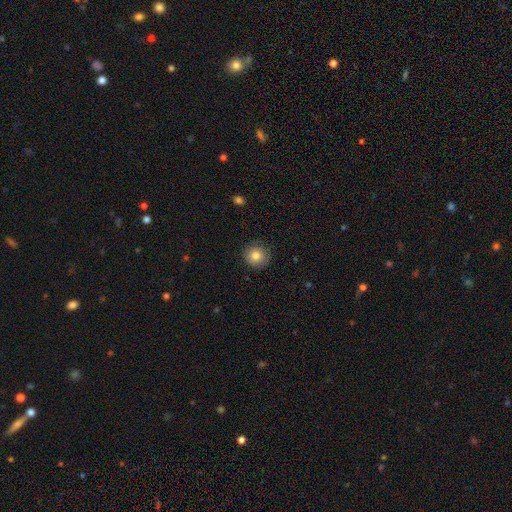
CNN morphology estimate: Smooth or featured? Predicted: smooth (p=0.80). How rounded? Predicted: round (p=0.94). Merging? Predicted: none (p=0.87).